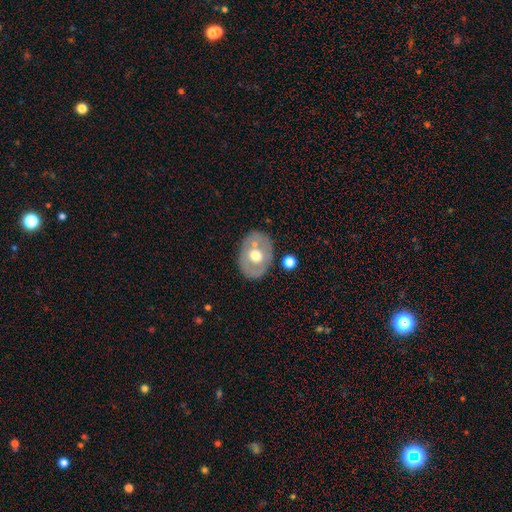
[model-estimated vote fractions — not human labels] smooth_or_featured: smooth (p=0.49) [alt: featured or disk p=0.44]
merging: none (p=0.76) [alt: minor disturbance p=0.13]